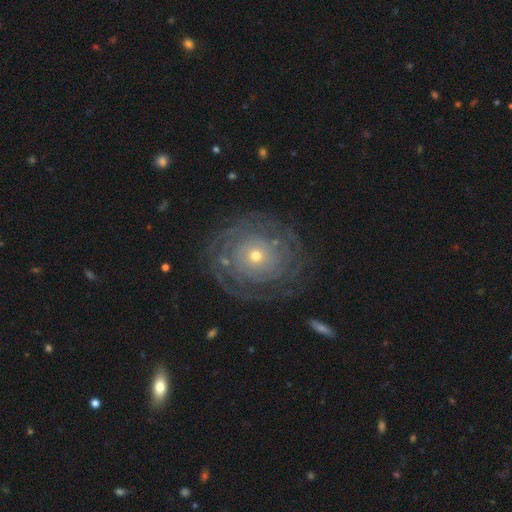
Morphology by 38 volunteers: This appears to be a featured or disk galaxy (84%) with no bar (83%), tight (93%) spiral arms (90%) and a small central bulge (67%). Merging: none (83%).